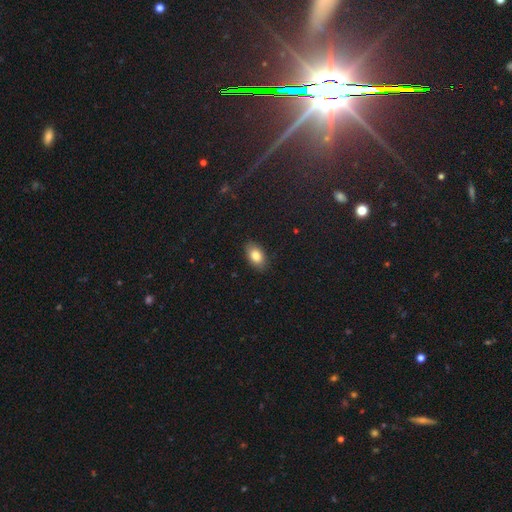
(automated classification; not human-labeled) The model was most divided on "merging": none: 86%, minor disturbance: 11%, major disturbance: 2%, merger: 1%. More confident: how rounded — in between (89%); smooth or featured — smooth (84%).